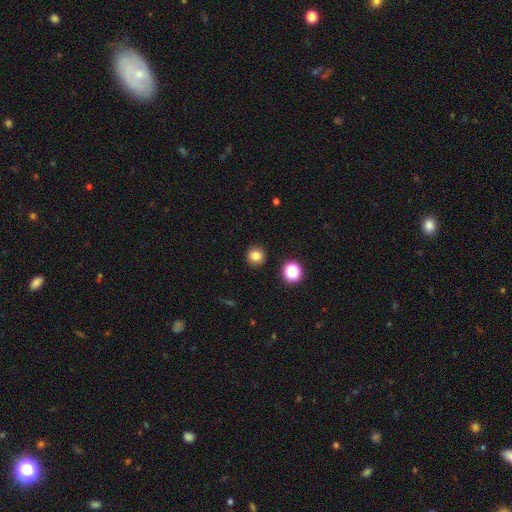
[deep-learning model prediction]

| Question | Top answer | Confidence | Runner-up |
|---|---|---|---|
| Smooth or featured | smooth | 81% | star or artifact (14%) |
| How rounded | round | 95% | in between (4%) |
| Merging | none | 92% | minor disturbance (5%) |